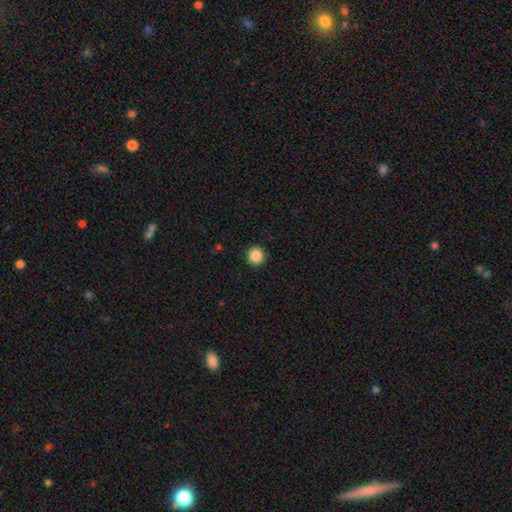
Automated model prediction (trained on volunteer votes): Overall: smooth (87%). How rounded: round (95%). Merging: none (93%).